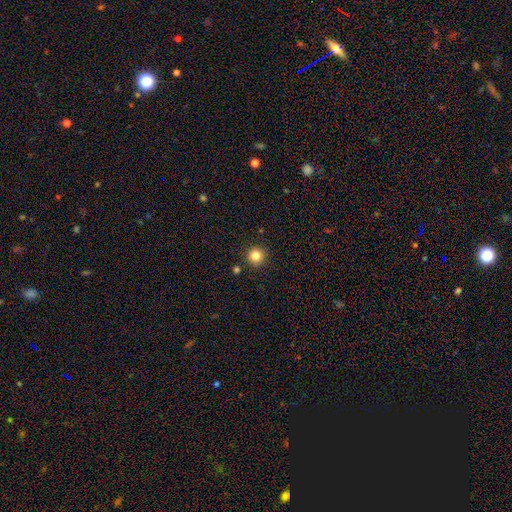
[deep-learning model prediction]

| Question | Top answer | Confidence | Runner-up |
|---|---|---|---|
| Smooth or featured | smooth | 84% | star or artifact (12%) |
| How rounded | round | 95% | in between (4%) |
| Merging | none | 90% | minor disturbance (5%) |